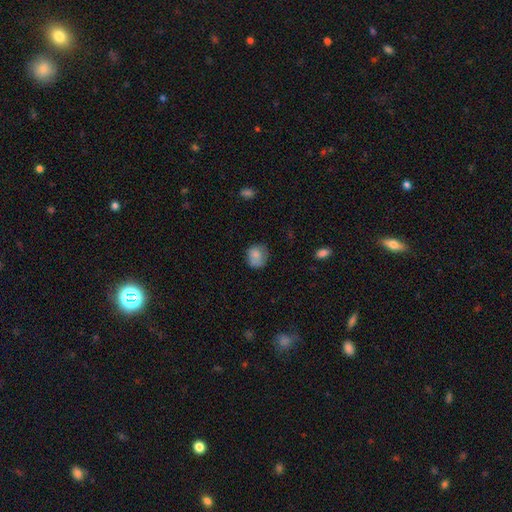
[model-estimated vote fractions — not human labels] This appears to be a smooth galaxy with no disk features (78%) that is round (69%). Merging: none (62%).